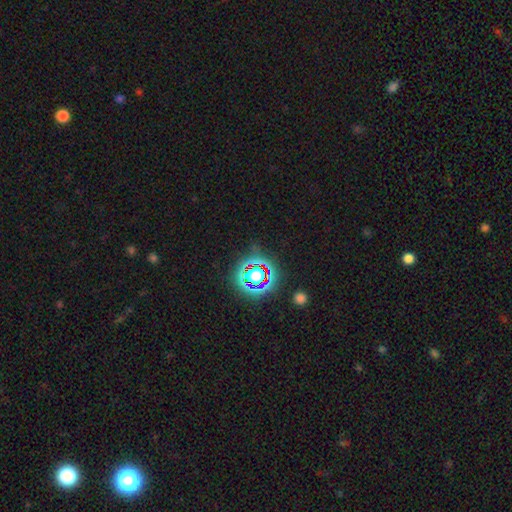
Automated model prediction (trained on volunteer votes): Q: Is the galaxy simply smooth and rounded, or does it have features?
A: star or artifact — 76%.